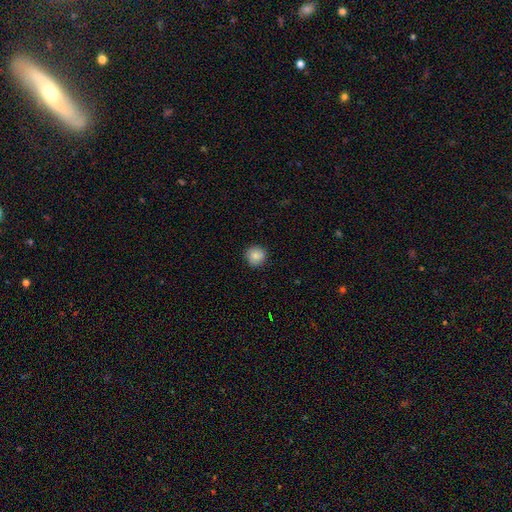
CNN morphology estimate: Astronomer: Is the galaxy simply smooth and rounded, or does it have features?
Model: smooth — 86%.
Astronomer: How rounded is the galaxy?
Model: round — 92%.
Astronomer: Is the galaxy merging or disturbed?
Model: none — 89%.